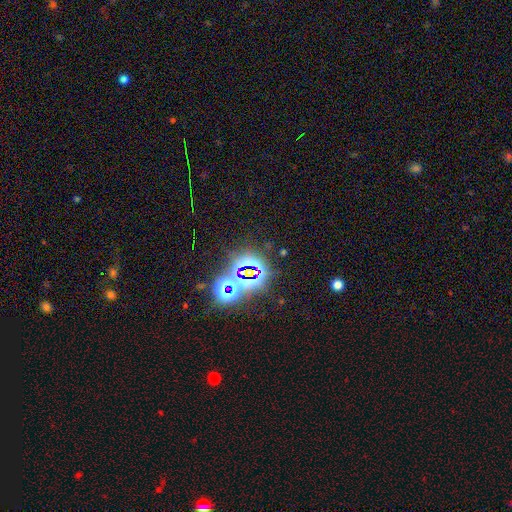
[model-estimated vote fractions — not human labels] Smooth or featured?
  - star or artifact: 77% *
  - smooth: 15%
  - featured or disk: 8%